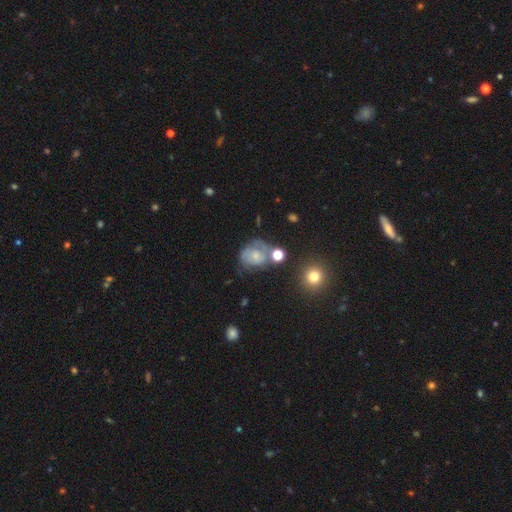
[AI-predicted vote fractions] Morphology: type=featured or disk (51%); edge-on=no (97%); merging=none (40%).